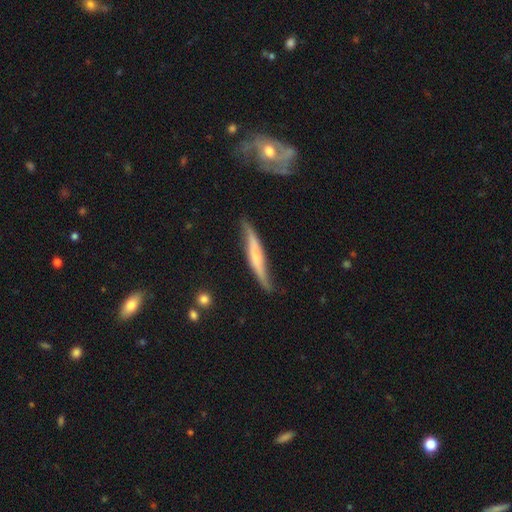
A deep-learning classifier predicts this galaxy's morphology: featured or disk 60%, smooth 35%, star or artifact 6%. Down the decision tree: edge-on disk — yes (75%); merging — none (69%).